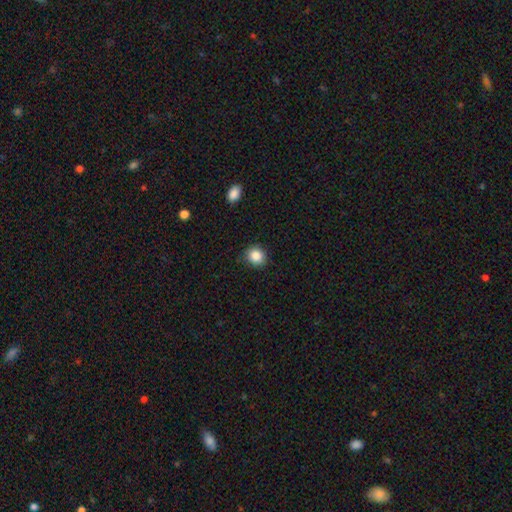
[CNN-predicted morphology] type=smooth (87%); roundness=round (84%); merging=none (89%).